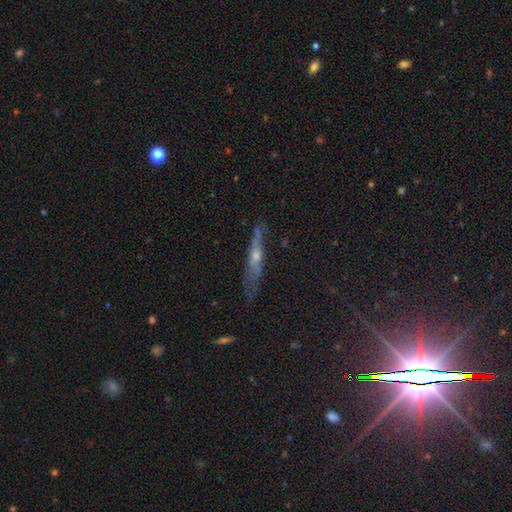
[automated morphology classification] The model was most divided on "smooth or featured": featured or disk: 63%, smooth: 24%, star or artifact: 14%. More confident: edge-on disk — yes (85%); edge-on bulge — rounded (76%); merging — none (76%).